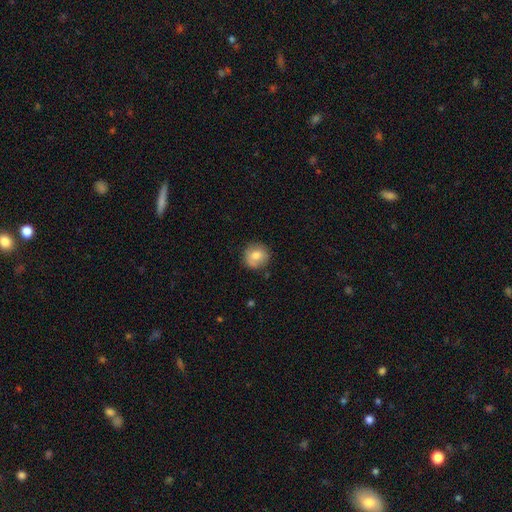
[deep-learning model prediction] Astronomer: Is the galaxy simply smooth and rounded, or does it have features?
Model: smooth — 77%.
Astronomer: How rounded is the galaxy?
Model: round — 92%.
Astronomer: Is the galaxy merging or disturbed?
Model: none — 82%.